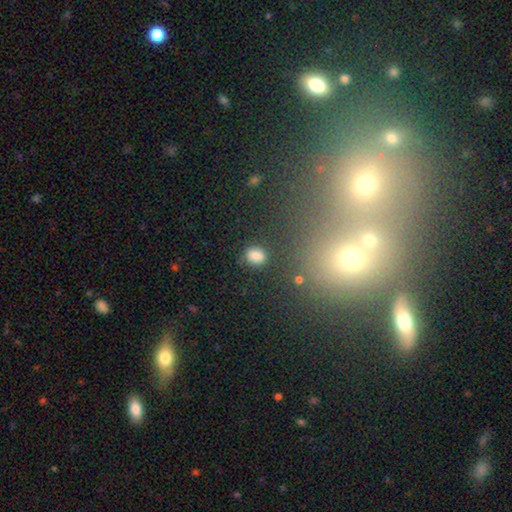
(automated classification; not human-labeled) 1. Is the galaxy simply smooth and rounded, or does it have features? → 82% smooth, 12% star or artifact, 6% featured or disk.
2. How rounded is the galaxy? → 51% round, 48% in between, 1% cigar-shaped.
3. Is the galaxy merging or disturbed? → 80% none, 12% minor disturbance, 4% major disturbance, 3% merger.